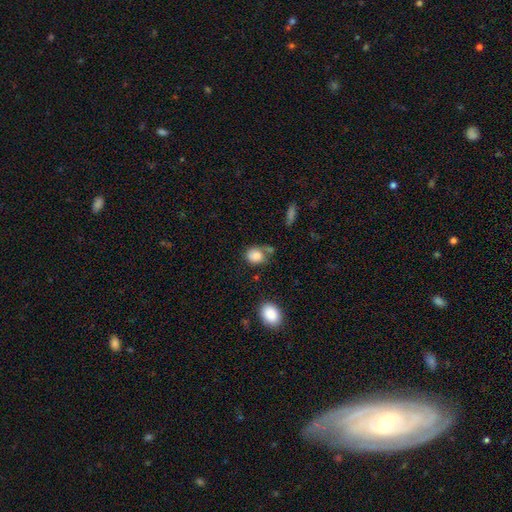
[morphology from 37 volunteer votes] This appears to be a smooth galaxy with no disk features (97%) that is round (61%). Merging: none (32%).